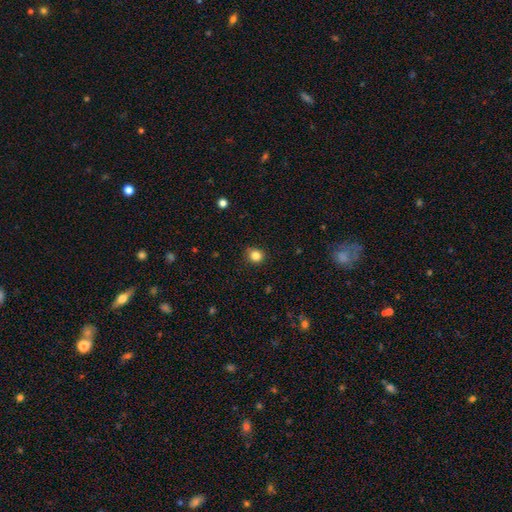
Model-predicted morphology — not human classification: Smooth or featured? smooth (84%)
How rounded? round (84%)
Merging? none (88%)